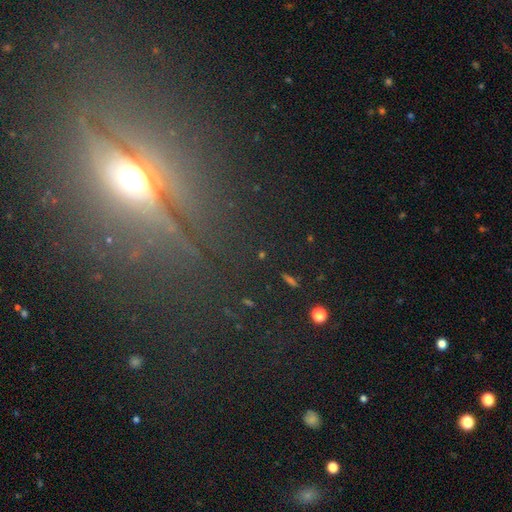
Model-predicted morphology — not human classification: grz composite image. It shows a star or artifact, not a galaxy (47%).